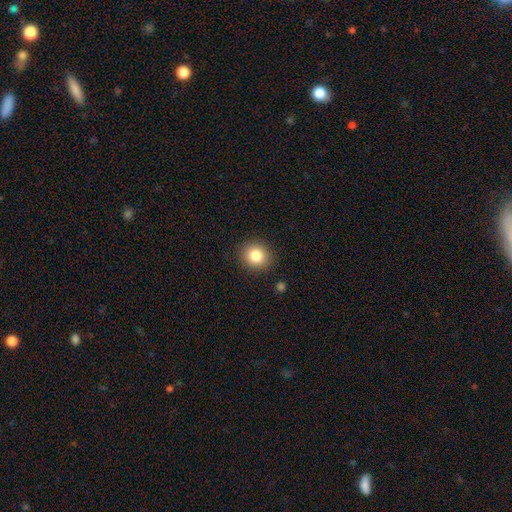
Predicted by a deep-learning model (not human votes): A smooth galaxy with no disk features (83%) that is round (84%).

Vote fractions:
- Smooth or featured? smooth: 83% / star or artifact: 10% / featured or disk: 7%
- How rounded? round: 84% / in between: 16% / cigar-shaped: 1%
- Merging? none: 89% / minor disturbance: 7% / major disturbance: 2% / merger: 1%